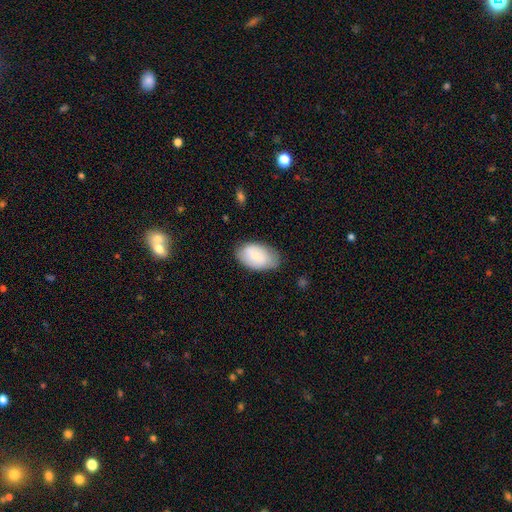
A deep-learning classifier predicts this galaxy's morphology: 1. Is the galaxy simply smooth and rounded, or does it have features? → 77% smooth, 17% featured or disk, 6% star or artifact.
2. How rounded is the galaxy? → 94% in between, 5% round, 1% cigar-shaped.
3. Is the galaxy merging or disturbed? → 71% none, 23% minor disturbance, 5% major disturbance, 1% merger.